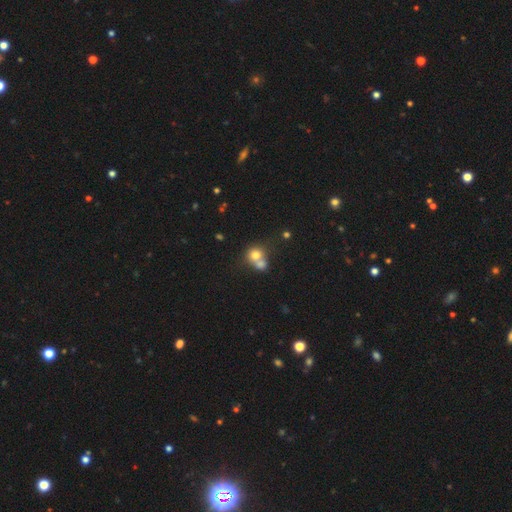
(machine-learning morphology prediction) Overall: smooth (73%). How rounded: round (76%). Merging: merger (61%; none 28%).